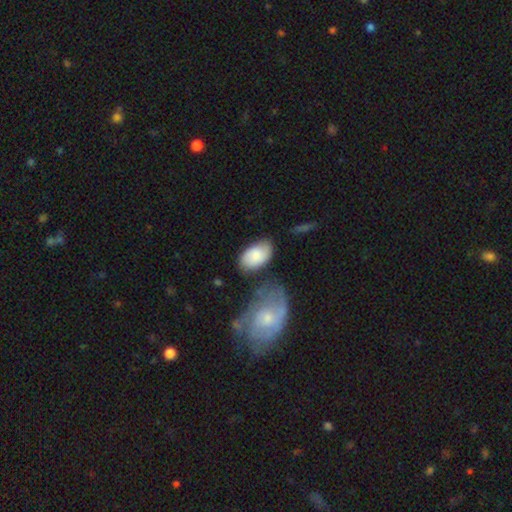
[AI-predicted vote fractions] Smooth or featured? smooth (76%)
How rounded? in between (92%)
Merging? none (64%)